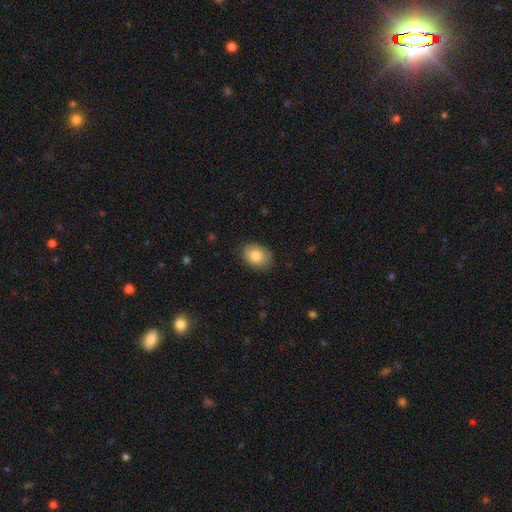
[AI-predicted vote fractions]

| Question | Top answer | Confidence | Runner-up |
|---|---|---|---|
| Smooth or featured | smooth | 84% | featured or disk (9%) |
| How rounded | in between | 75% | round (24%) |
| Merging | none | 84% | minor disturbance (13%) |